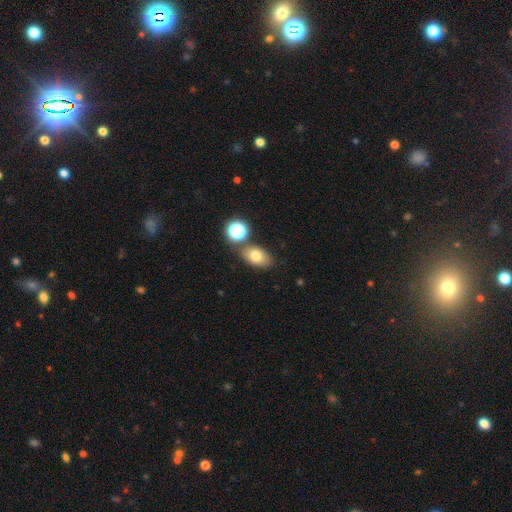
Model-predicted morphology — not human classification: smooth-or-featured: smooth: 76% | featured or disk: 13% | star or artifact: 12%
  how-rounded: in between: 84% | round: 15% | cigar-shaped: 2%
  merging: none: 72% | merger: 13% | minor disturbance: 12% | major disturbance: 4%